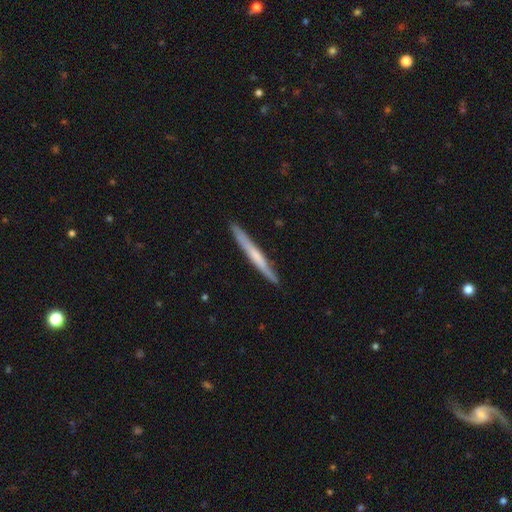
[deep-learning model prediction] smooth-or-featured: featured or disk: 50% | smooth: 44% | star or artifact: 5%
  disk-edge-on: yes: 95% | no: 5%
  merging: none: 89% | minor disturbance: 9% | major disturbance: 1% | merger: 1%